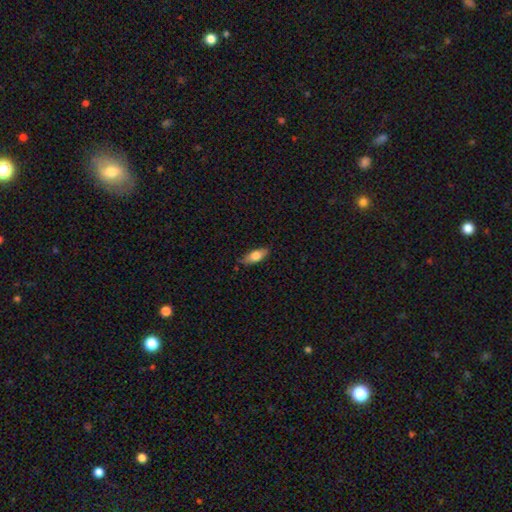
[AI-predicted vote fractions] This is likely a smooth galaxy (72%). How rounded: likely in between (77%). Merging: likely none (77%).